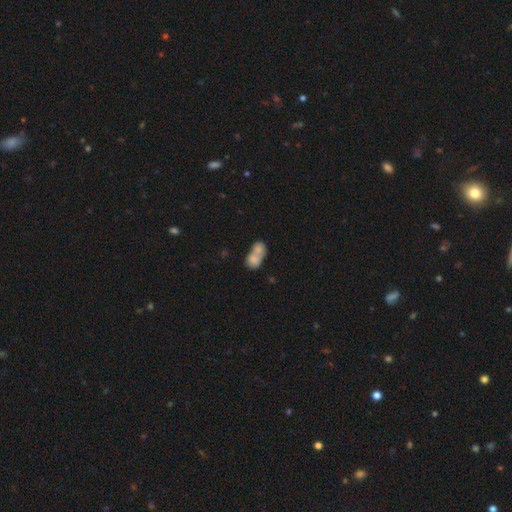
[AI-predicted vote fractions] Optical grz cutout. It shows a smooth galaxy with no disk features (73%) that is in between round and cigar-shaped (71%). Merging: merger (72%).